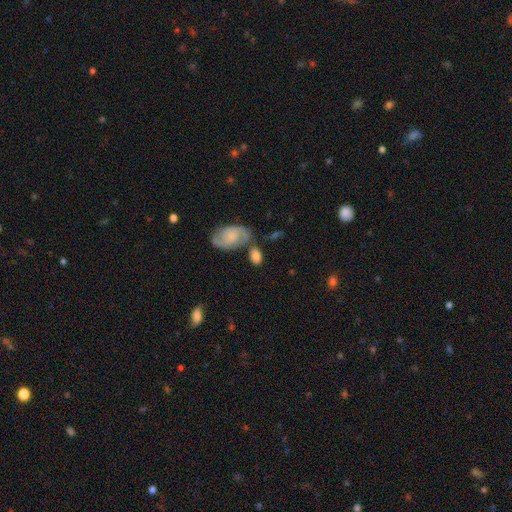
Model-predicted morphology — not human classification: type=smooth (67%); roundness=in between (82%); merging=none (50%).